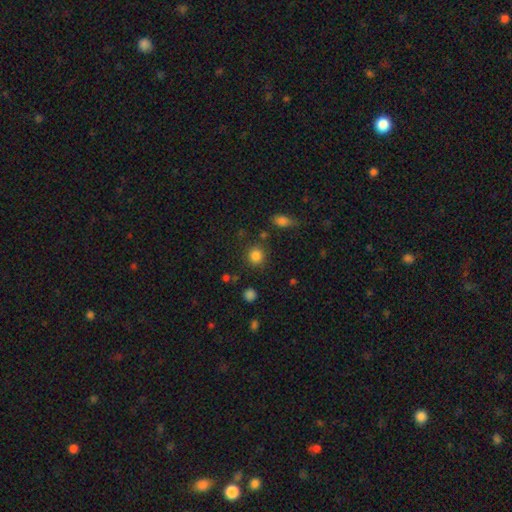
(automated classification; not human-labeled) This appears to be a smooth galaxy with no disk features (84%) that is round (87%). Merging: none (82%).